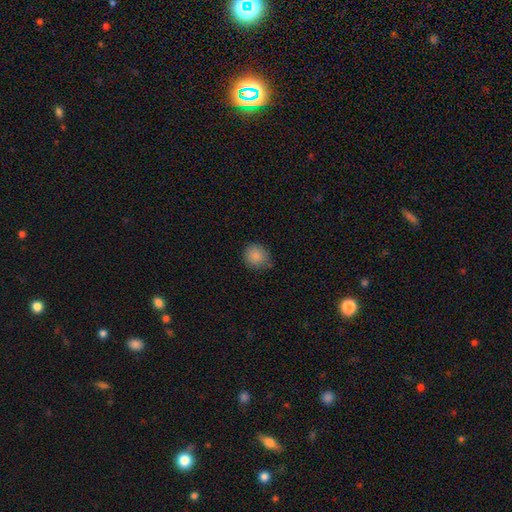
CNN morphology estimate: Smooth or featured? Predicted: smooth (p=0.87). How rounded? Predicted: round (p=0.84). Merging? Predicted: none (p=0.75).